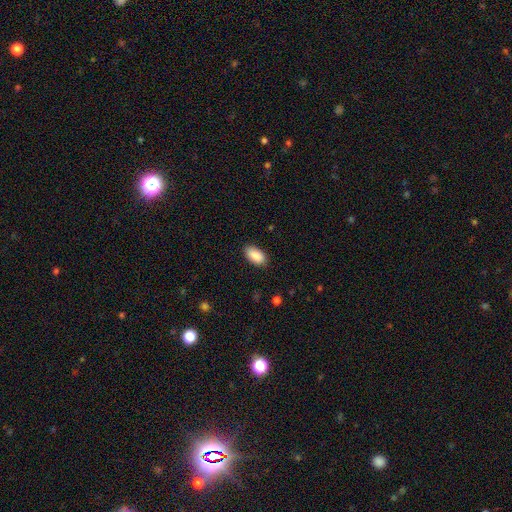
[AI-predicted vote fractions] This appears to be a smooth galaxy with no disk features (90%) that is in between round and cigar-shaped (94%). Merging: none (86%).